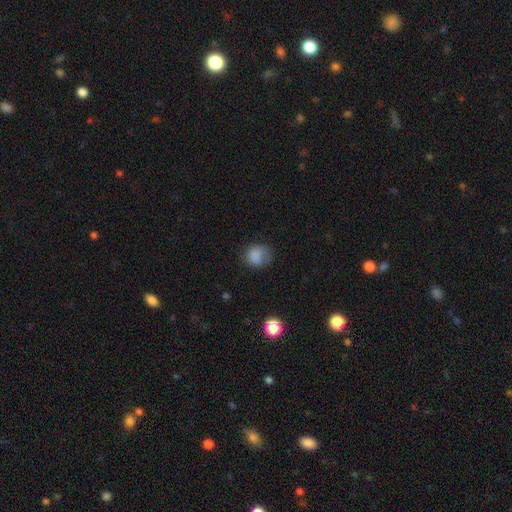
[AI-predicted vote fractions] A smooth galaxy with no disk features (82%) that is round (68%). Merging: none (56%).